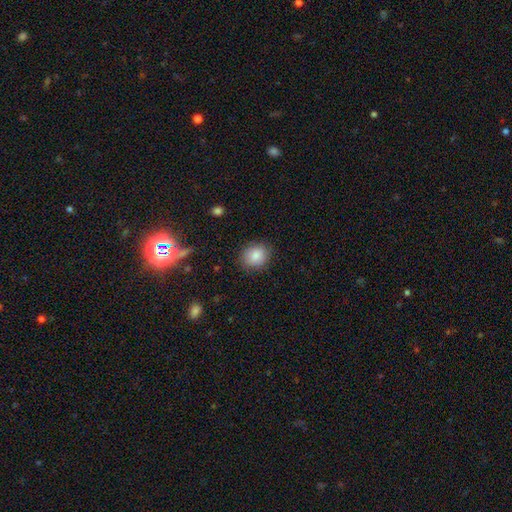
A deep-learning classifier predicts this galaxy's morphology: Smooth or featured?
  - smooth: 85% *
  - star or artifact: 8%
  - featured or disk: 7%
How rounded?
  - round: 69% *
  - in between: 31%
  - cigar-shaped: 1%
Merging?
  - none: 83% *
  - minor disturbance: 12%
  - major disturbance: 3%
  - merger: 1%